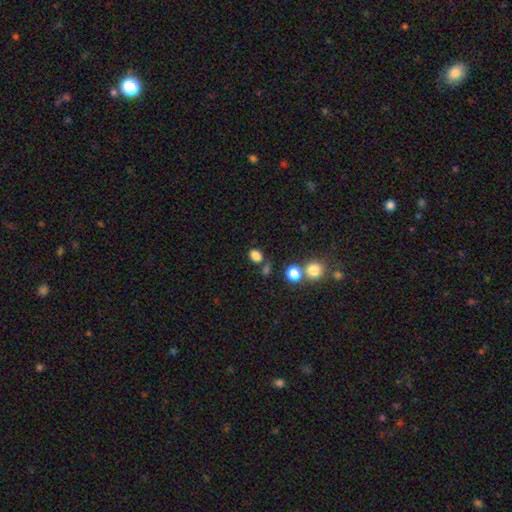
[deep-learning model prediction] A smooth galaxy with no disk features (82%) that is in between round and cigar-shaped (64%).

Vote fractions:
- Smooth or featured? smooth: 82% / star or artifact: 14% / featured or disk: 4%
- How rounded? in between: 64% / round: 35% / cigar-shaped: 1%
- Merging? none: 73% / minor disturbance: 12% / merger: 11% / major disturbance: 4%